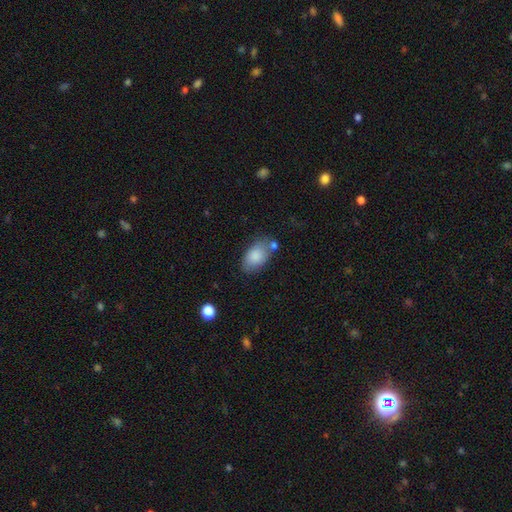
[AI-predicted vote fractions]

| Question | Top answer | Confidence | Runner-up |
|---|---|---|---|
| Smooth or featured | smooth | 85% | featured or disk (9%) |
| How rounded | in between | 92% | round (6%) |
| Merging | none | 63% | minor disturbance (20%) |